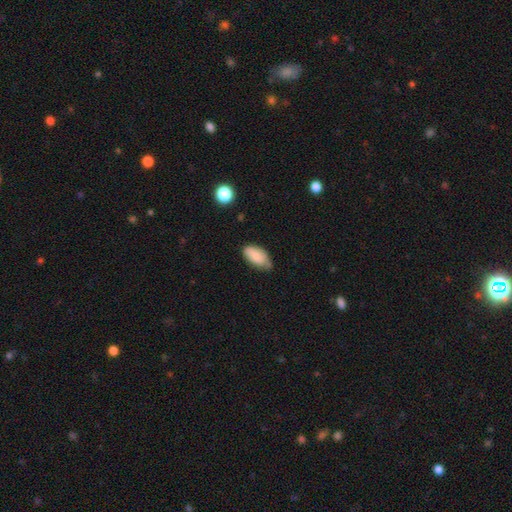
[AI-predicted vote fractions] Morphology: type=smooth (82%); roundness=in between (93%); merging=none (53%).